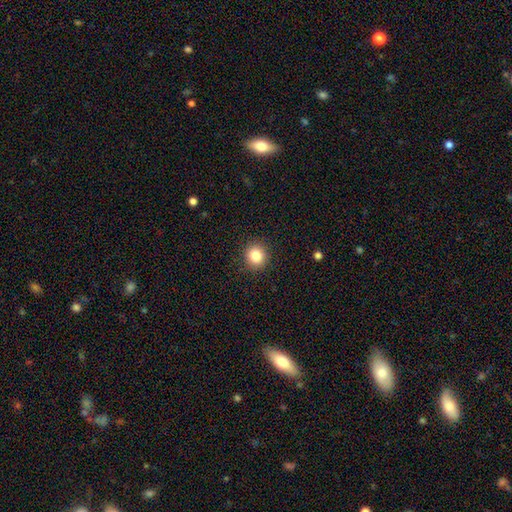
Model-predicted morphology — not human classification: A smooth galaxy with no disk features (84%) that is round (89%). Merging: none (91%).